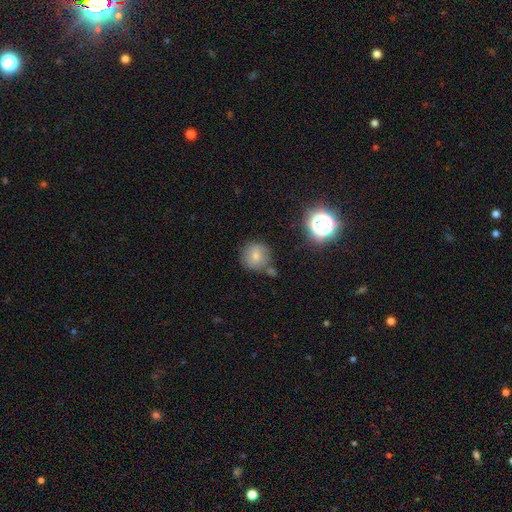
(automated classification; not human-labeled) Overall: smooth (71%). How rounded: round (92%). Merging: none (72%).